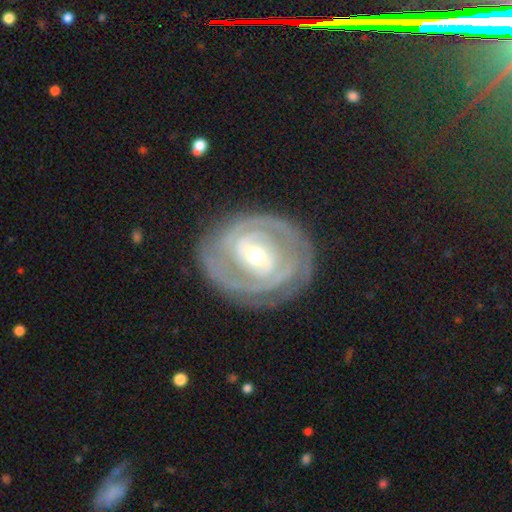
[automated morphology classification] Smooth or featured? Predicted: featured or disk (p=0.87). Edge-on disk? Predicted: no (p=0.96). Bar? Predicted: no (p=0.39). Spiral arms? Predicted: yes (p=0.92). Spiral winding? Predicted: tight (p=0.74). Spiral arm count? Predicted: 2 (p=0.45). Bulge size? Predicted: moderate (p=0.53). Merging? Predicted: none (p=0.79).